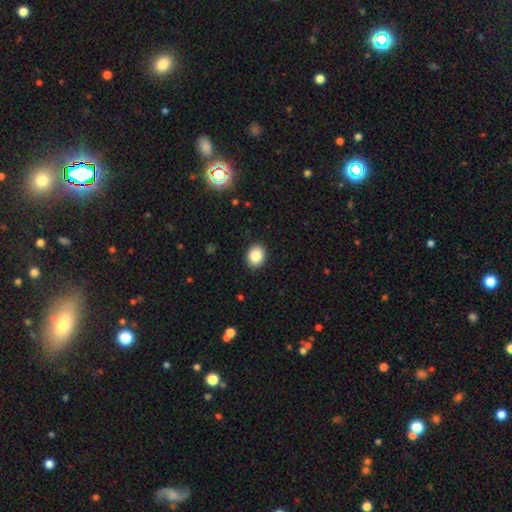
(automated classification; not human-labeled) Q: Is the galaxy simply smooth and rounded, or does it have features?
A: smooth — 86%.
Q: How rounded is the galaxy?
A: in between — 56%.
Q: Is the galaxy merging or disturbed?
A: none — 90%.